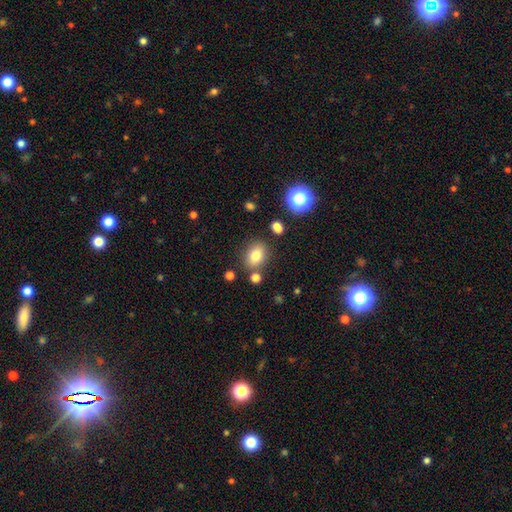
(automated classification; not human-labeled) Q: Smooth or featured?
A: smooth (79%); runner-up: star or artifact (12%)
Q: How rounded?
A: in between (63%); runner-up: round (36%)
Q: Merging?
A: none (78%); runner-up: minor disturbance (12%)